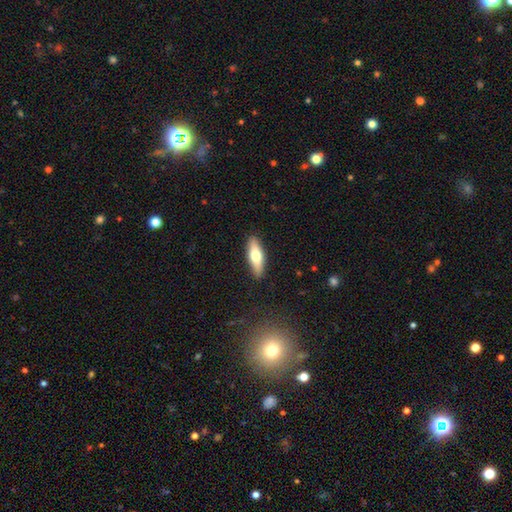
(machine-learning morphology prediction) A smooth galaxy with no disk features (63%) that is cigar-shaped (49%, tied with in between).

Vote fractions:
- Smooth or featured? smooth: 63% / featured or disk: 31% / star or artifact: 6%
- How rounded? cigar-shaped: 49% (tied) / in between: 49% (tied) / round: 2%
- Merging? none: 88% / minor disturbance: 8% / major disturbance: 2% / merger: 1%